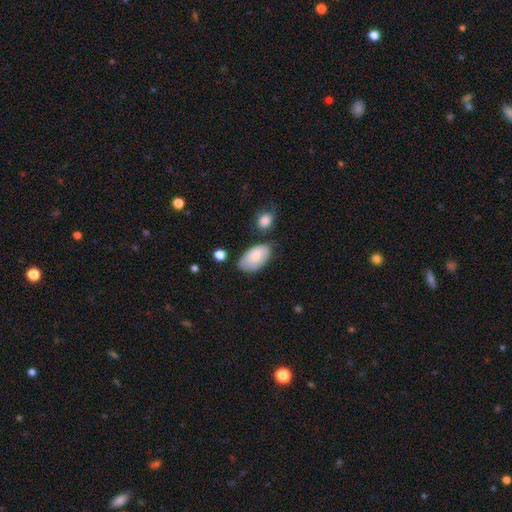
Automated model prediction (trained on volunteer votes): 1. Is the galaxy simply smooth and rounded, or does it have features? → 78% smooth, 15% featured or disk, 6% star or artifact.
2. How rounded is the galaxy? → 95% in between, 4% round, 1% cigar-shaped.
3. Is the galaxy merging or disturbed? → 61% none, 26% minor disturbance, 7% merger, 6% major disturbance.